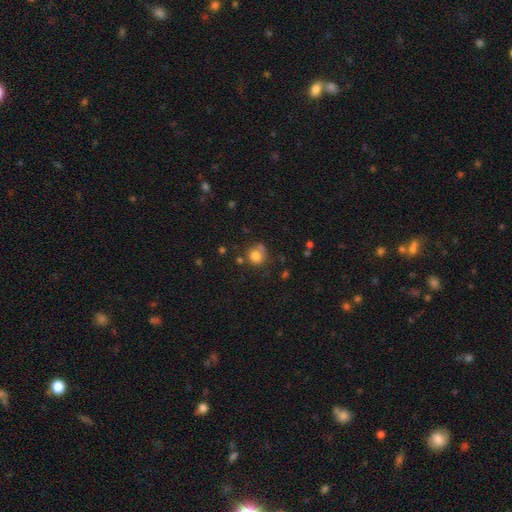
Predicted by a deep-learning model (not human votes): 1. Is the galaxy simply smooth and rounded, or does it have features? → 79% smooth, 11% star or artifact, 10% featured or disk.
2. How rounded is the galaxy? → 86% round, 13% in between, 1% cigar-shaped.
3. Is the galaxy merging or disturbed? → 60% none, 19% minor disturbance, 12% merger, 9% major disturbance.